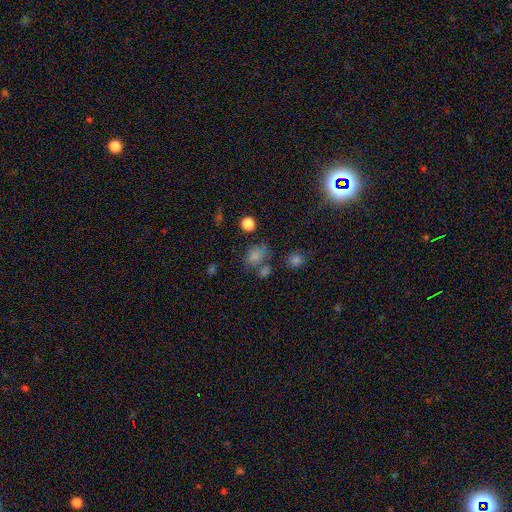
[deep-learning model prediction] Smooth or featured? smooth (76%)
How rounded? in between (70%)
Merging? none (54%)